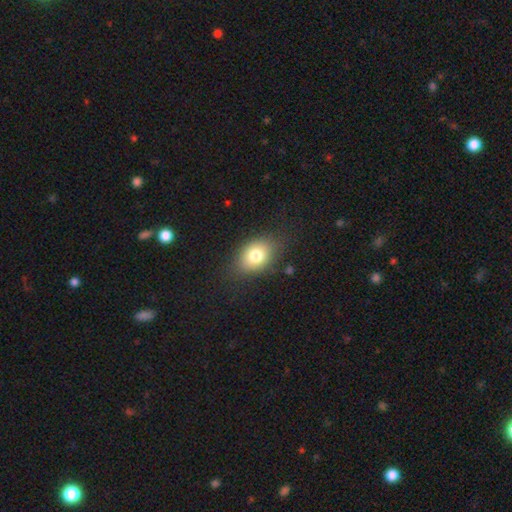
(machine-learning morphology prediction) type=smooth (76%); roundness=in between (68%); merging=none (79%).